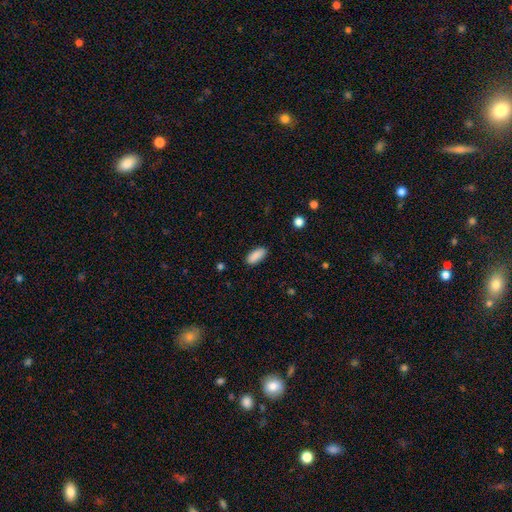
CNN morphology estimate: A smooth galaxy with no disk features (89%) that is in between round and cigar-shaped (85%).

Vote fractions:
- Smooth or featured? smooth: 89% / star or artifact: 7% / featured or disk: 3%
- How rounded? in between: 85% / cigar-shaped: 14% / round: 2%
- Merging? none: 87% / minor disturbance: 9% / major disturbance: 2% / merger: 1%